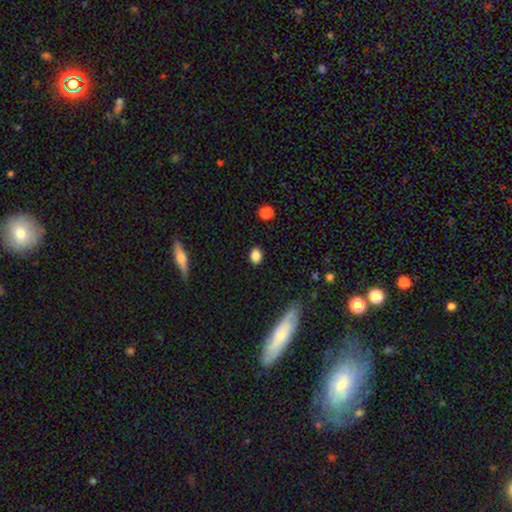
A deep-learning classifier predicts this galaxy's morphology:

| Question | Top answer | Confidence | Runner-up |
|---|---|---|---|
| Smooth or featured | smooth | 85% | star or artifact (9%) |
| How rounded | in between | 69% | round (29%) |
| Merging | none | 87% | minor disturbance (9%) |